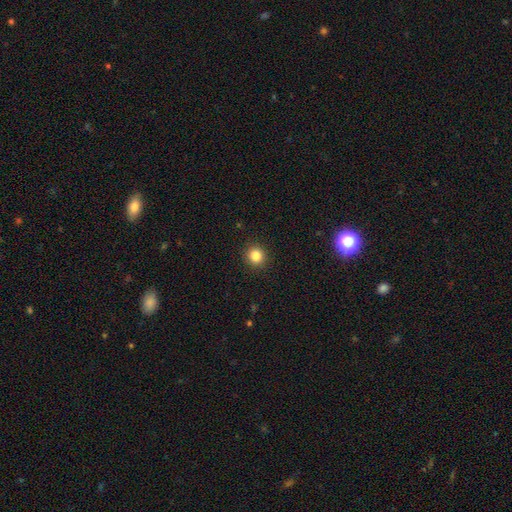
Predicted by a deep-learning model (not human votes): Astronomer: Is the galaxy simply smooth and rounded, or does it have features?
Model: smooth — 84%.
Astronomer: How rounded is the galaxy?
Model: round — 91%.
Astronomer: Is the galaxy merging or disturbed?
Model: none — 92%.